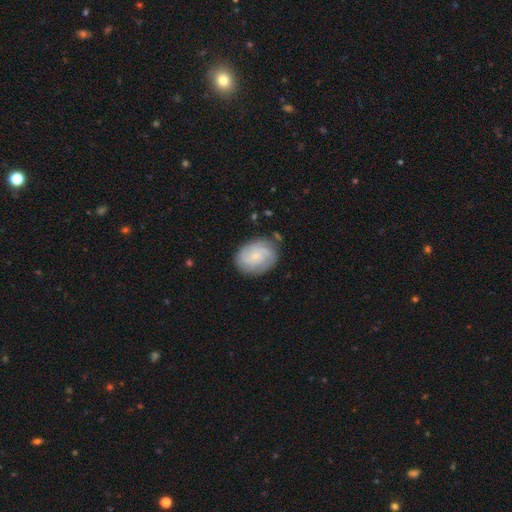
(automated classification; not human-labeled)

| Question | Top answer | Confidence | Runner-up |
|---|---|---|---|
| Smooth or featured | featured or disk | 61% | smooth (32%) |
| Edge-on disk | no | 97% | yes (3%) |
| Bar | no | 69% | weak (27%) |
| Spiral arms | yes | 90% | no (10%) |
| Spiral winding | tight | 60% | medium (30%) |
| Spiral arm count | can't tell | 36% | 2 (28%) |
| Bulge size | small | 80% | moderate (13%) |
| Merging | none | 75% | minor disturbance (18%) |